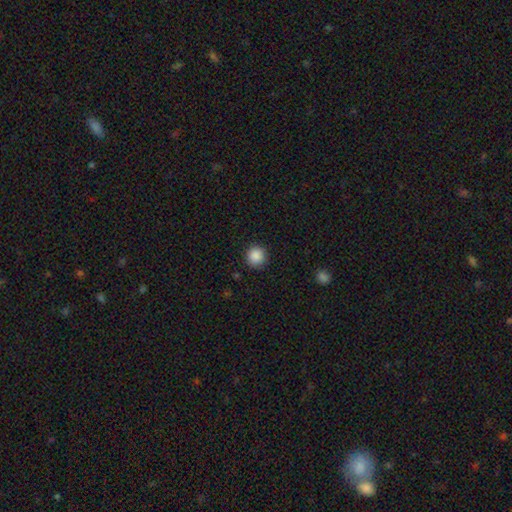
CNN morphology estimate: Smooth or featured? Predicted: smooth (p=0.88). How rounded? Predicted: round (p=0.95). Merging? Predicted: none (p=0.91).